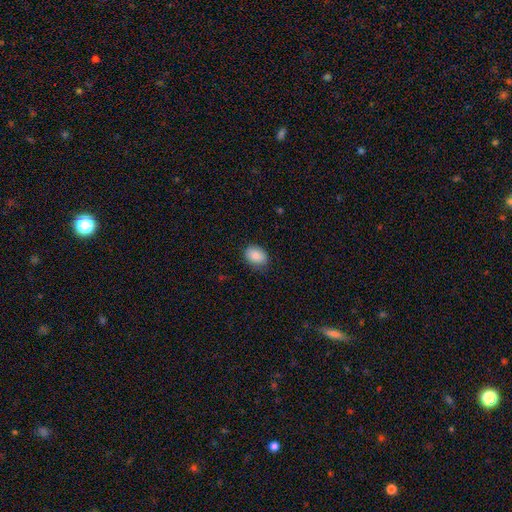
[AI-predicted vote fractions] Morphology: type=smooth (88%); roundness=in between (74%); merging=none (82%).